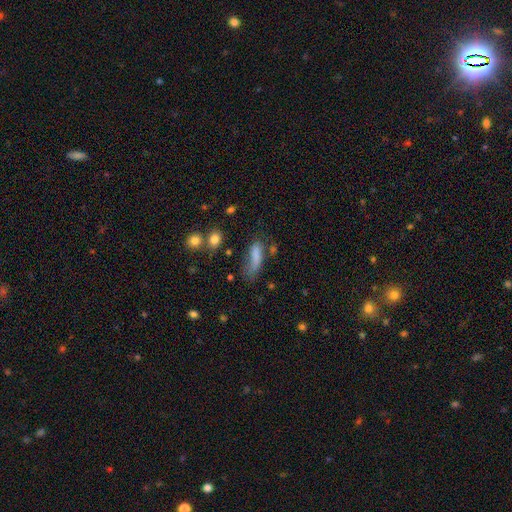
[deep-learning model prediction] smooth-or-featured: smooth: 74% | featured or disk: 15% | star or artifact: 11%
  how-rounded: in between: 50% | cigar-shaped: 46% | round: 4%
  merging: none: 33% | major disturbance: 30% | minor disturbance: 28% | merger: 9%